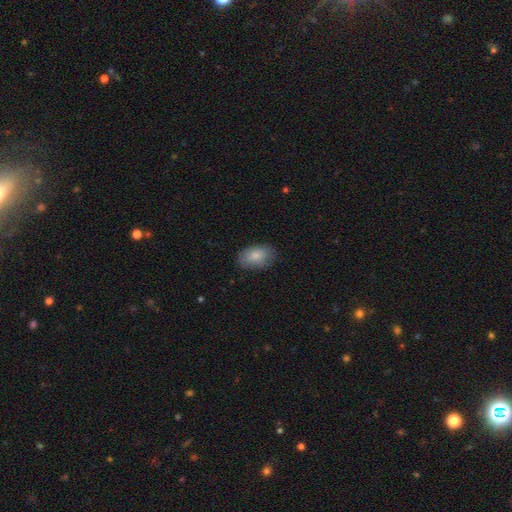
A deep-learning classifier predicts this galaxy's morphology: A smooth galaxy with no disk features (84%) that is in between round and cigar-shaped (91%). Merging: none (80%).